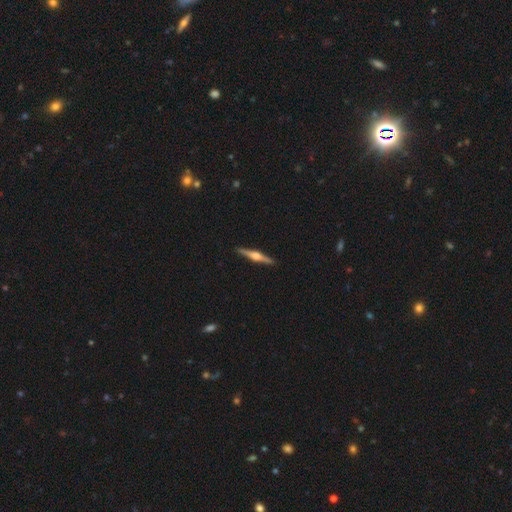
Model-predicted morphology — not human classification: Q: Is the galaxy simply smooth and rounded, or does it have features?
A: featured or disk — 78%.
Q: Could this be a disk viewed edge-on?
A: yes — 98%.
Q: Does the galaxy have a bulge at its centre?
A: rounded — 90%.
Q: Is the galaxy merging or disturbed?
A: none — 92%.